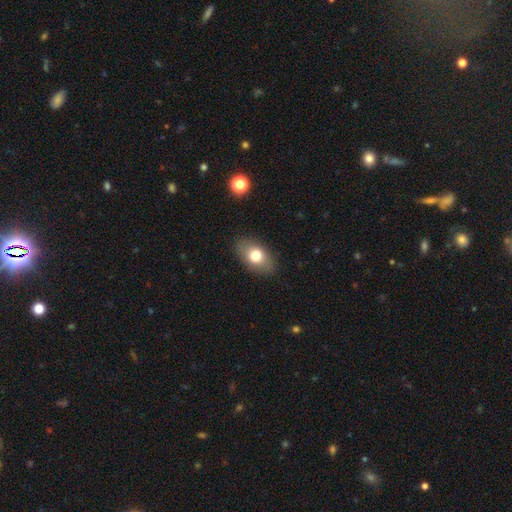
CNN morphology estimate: A smooth galaxy with no disk features (75%) that is in between round and cigar-shaped (87%).

Vote fractions:
- Smooth or featured? smooth: 75% / featured or disk: 17% / star or artifact: 8%
- How rounded? in between: 87% / round: 11% / cigar-shaped: 2%
- Merging? none: 86% / minor disturbance: 10% / major disturbance: 3% / merger: 1%